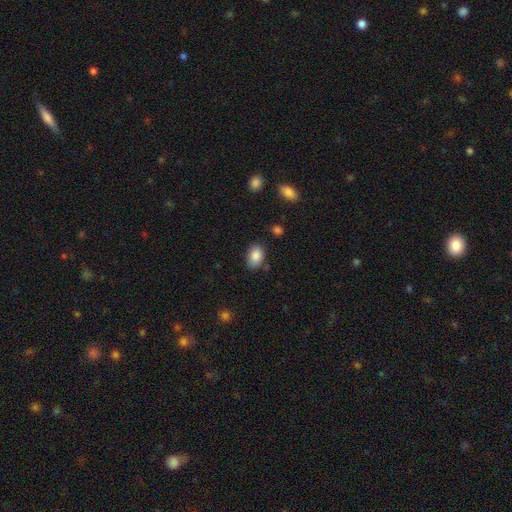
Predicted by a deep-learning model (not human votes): This appears to be a smooth galaxy with no disk features (86%) that is in between round and cigar-shaped (84%). Merging: none (81%).